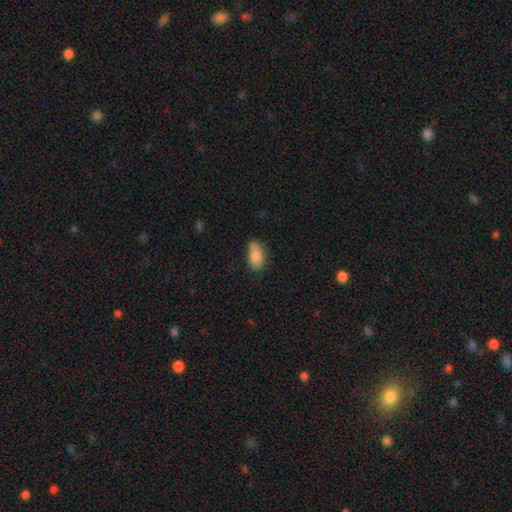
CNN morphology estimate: This is clearly a smooth galaxy (84%). How rounded: clearly in between (89%). Merging: possibly none (60%).